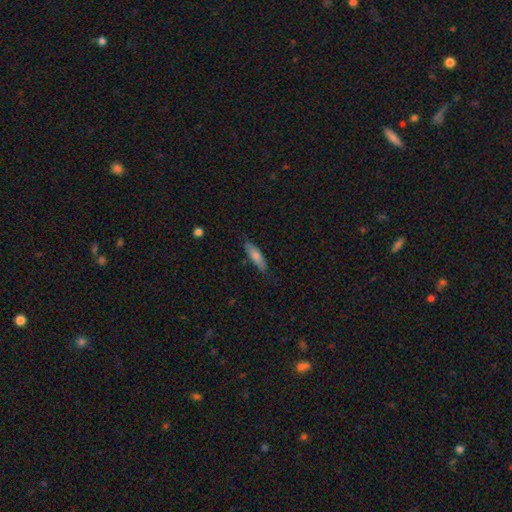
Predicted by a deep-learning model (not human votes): smooth-or-featured: smooth: 58% | featured or disk: 34% | star or artifact: 8%
  how-rounded: cigar-shaped: 69% | in between: 29% | round: 2%
  merging: none: 79% | minor disturbance: 17% | major disturbance: 3% | merger: 1%